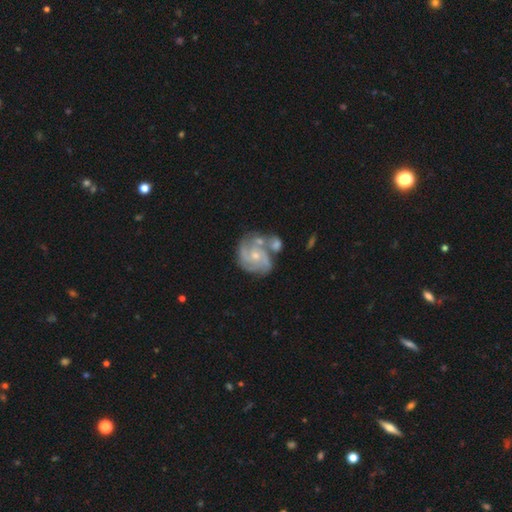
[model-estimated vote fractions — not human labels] featured or disk 84%, smooth 10%, star or artifact 6%. Down the decision tree: edge-on disk — no (98%); bar — no (69%); spiral arms — yes (95%); spiral arm count — 3 (41%); spiral winding — tight (49%); bulge size — small (51%); merging — none (47%).